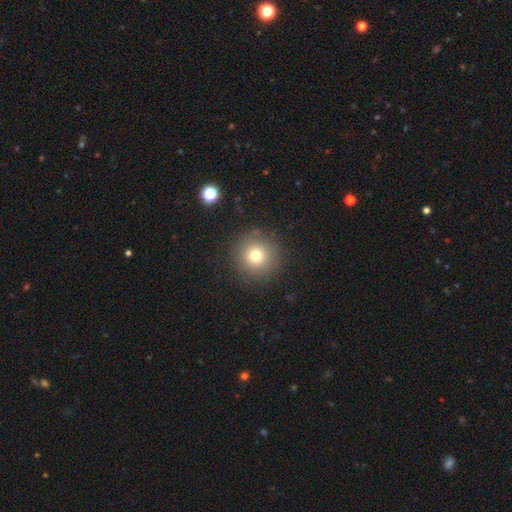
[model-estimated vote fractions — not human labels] smooth 74%, star or artifact 15%, featured or disk 11%. Down the decision tree: how rounded — round (96%); merging — none (88%).